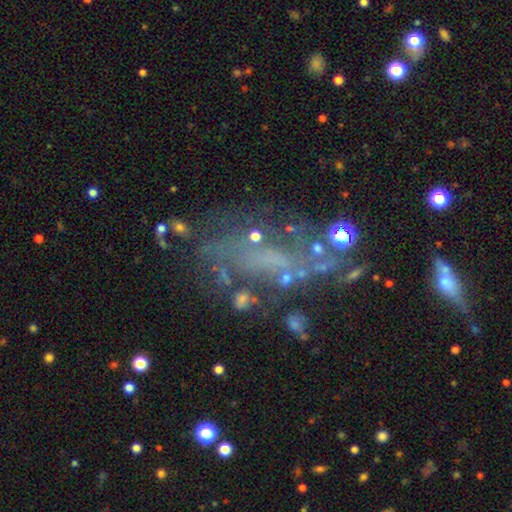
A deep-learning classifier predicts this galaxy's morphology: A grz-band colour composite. It shows a featured or disk galaxy (57%) with no bar (69%), no spiral arms (50%, tied with yes) and no central bulge (60%). Merging: none (47%).